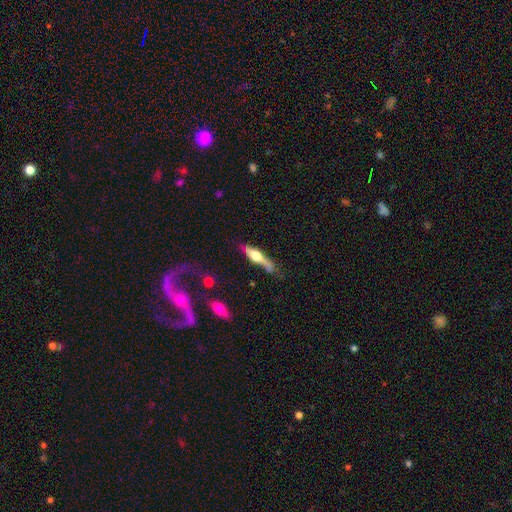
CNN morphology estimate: featured or disk 59%, smooth 35%, star or artifact 6%. Down the decision tree: edge-on disk — yes (88%); edge-on bulge — rounded (91%); merging — none (54%).